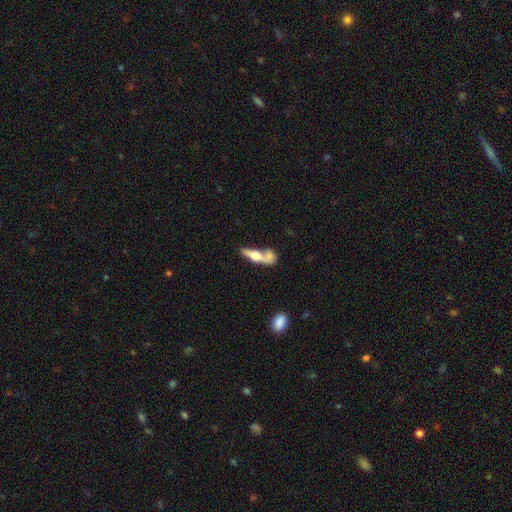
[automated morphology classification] Smooth or featured? featured or disk (53%)
Edge-on disk? yes (81%)
Merging? none (40%)